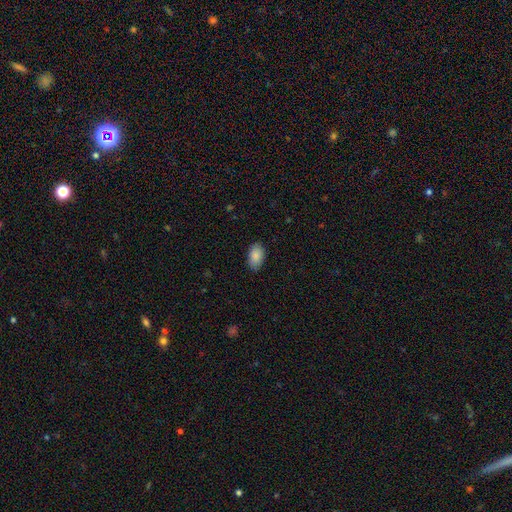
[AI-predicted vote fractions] This is clearly a smooth galaxy (88%). How rounded: clearly in between (94%). Merging: clearly none (86%).